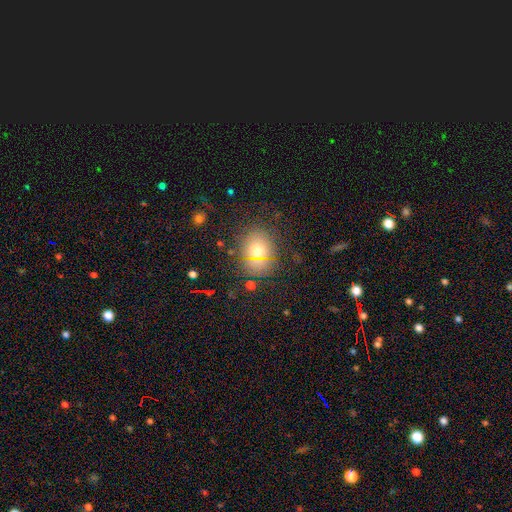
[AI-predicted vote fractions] Smooth or featured? Predicted: smooth (p=0.69). How rounded? Predicted: round (p=0.69). Merging? Predicted: none (p=0.81).